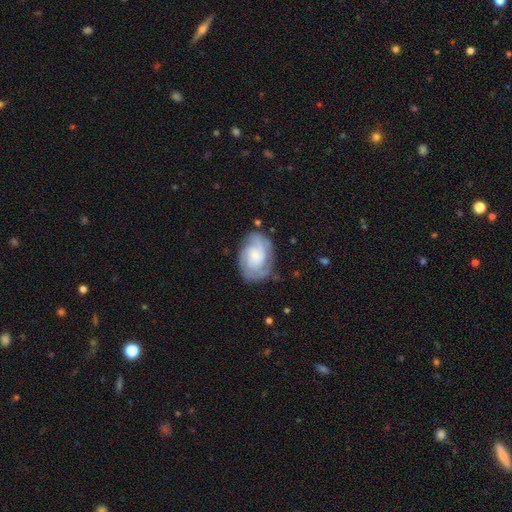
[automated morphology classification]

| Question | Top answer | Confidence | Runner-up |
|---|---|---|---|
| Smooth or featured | featured or disk | 69% | smooth (24%) |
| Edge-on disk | no | 97% | yes (3%) |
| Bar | no | 70% | weak (26%) |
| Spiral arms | yes | 91% | no (9%) |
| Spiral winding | tight | 54% | medium (36%) |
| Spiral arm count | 2 | 35% | can't tell (30%) |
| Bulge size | small | 53% | moderate (23%) |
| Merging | none | 68% | minor disturbance (21%) |